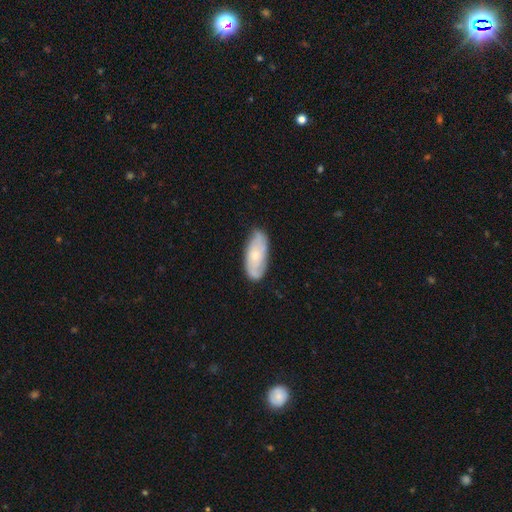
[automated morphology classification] This is possibly a smooth galaxy (48%). Merging: likely none (75%).